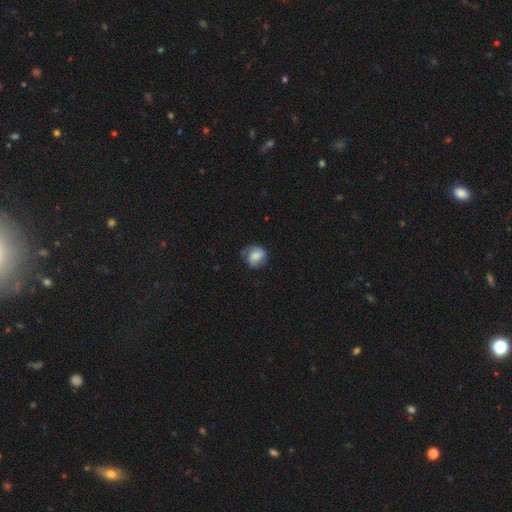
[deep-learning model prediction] smooth-or-featured: smooth: 58% | featured or disk: 34% | star or artifact: 8%
  how-rounded: round: 70% | in between: 29% | cigar-shaped: 1%
  merging: none: 61% | minor disturbance: 27% | major disturbance: 11% | merger: 1%